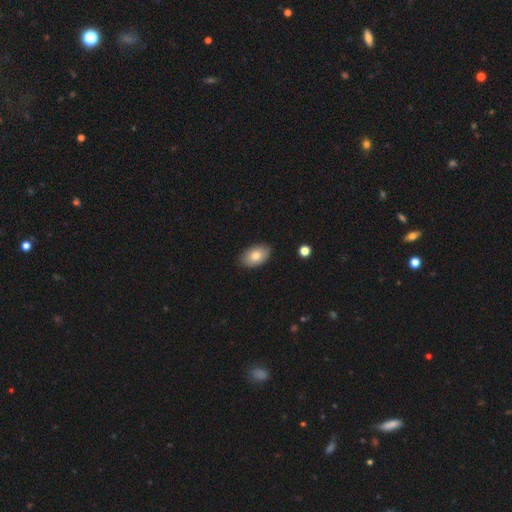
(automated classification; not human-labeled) Smooth or featured? Predicted: smooth (p=0.80). How rounded? Predicted: in between (p=0.91). Merging? Predicted: none (p=0.86).